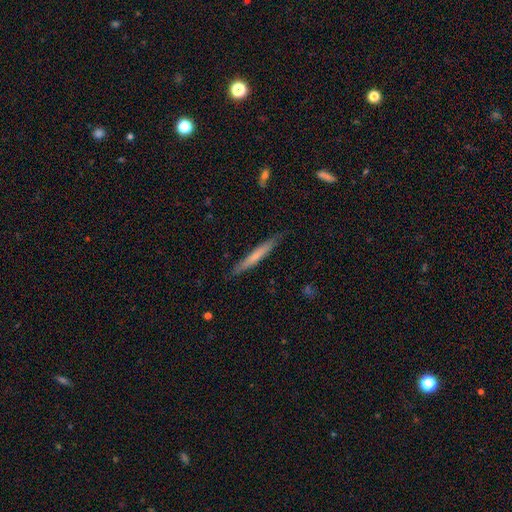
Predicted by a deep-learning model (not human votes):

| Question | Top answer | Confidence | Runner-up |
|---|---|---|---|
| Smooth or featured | smooth | 58% | featured or disk (36%) |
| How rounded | cigar-shaped | 96% | in between (3%) |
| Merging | none | 86% | minor disturbance (11%) |